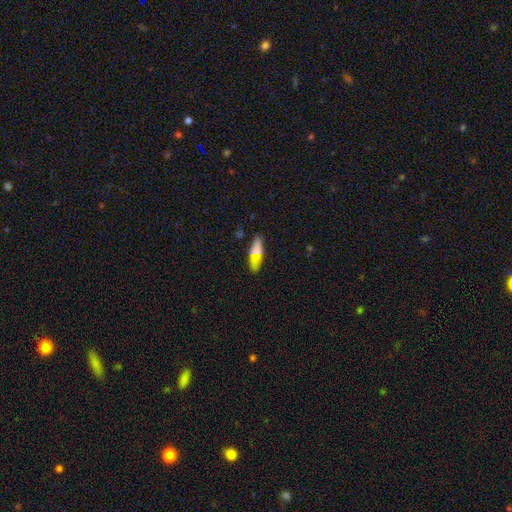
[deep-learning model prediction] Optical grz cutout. It shows a smooth galaxy with no disk features (70%) that is in between round and cigar-shaped (48%, tied with cigar-shaped). Merging: none (79%).